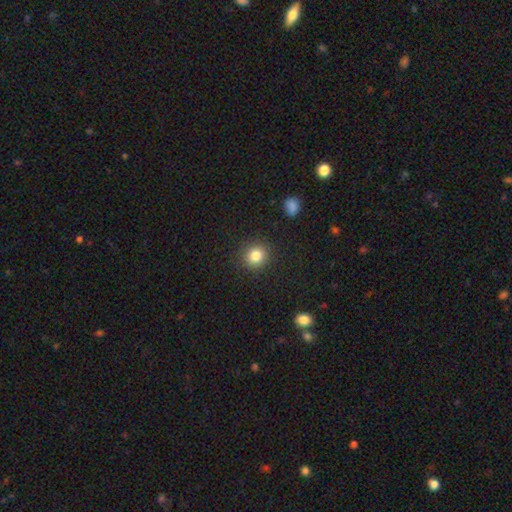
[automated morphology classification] A smooth galaxy with no disk features (83%) that is round (89%). Merging: none (90%).